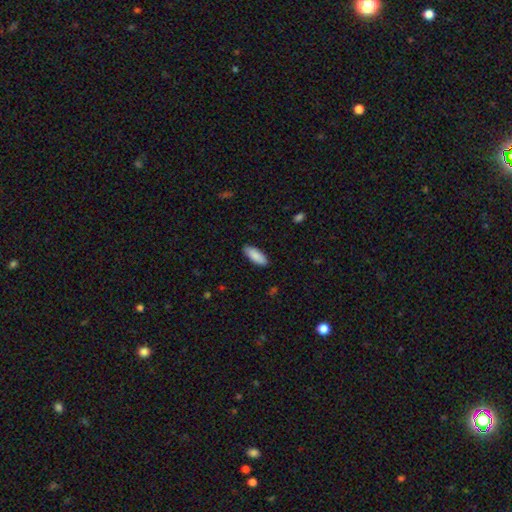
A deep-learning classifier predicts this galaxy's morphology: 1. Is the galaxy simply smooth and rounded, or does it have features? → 90% smooth, 5% star or artifact, 5% featured or disk.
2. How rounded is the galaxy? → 74% in between, 25% cigar-shaped, 1% round.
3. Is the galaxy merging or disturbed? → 89% none, 8% minor disturbance, 2% major disturbance, 1% merger.